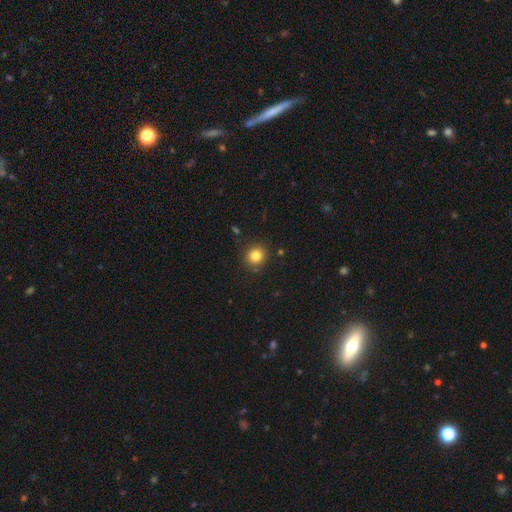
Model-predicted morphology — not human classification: Smooth or featured? Predicted: smooth (p=0.82). How rounded? Predicted: round (p=0.85). Merging? Predicted: none (p=0.88).